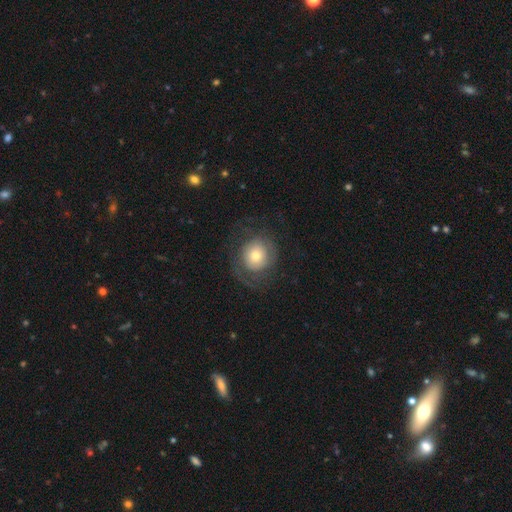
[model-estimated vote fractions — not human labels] This is possibly a smooth galaxy (47%). Merging: likely none (66%).